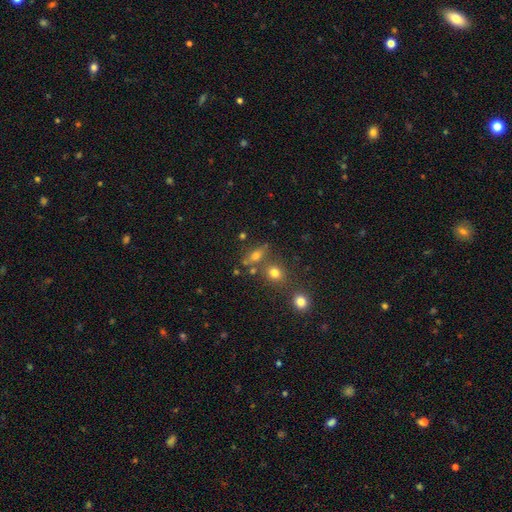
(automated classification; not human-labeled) The model was most divided on "how rounded": in between: 57%, round: 30%, cigar-shaped: 13%. More confident: smooth or featured — smooth (61%); merging — none (60%).